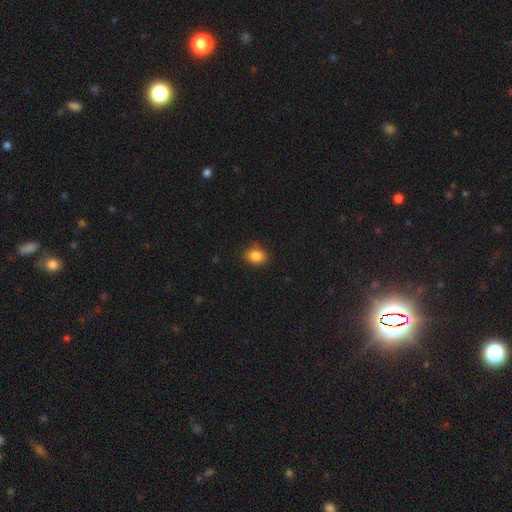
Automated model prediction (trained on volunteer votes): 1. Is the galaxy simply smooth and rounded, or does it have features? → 85% smooth, 10% star or artifact, 5% featured or disk.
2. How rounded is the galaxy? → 58% in between, 41% round, 1% cigar-shaped.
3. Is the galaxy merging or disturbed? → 78% none, 17% minor disturbance, 3% major disturbance, 1% merger.